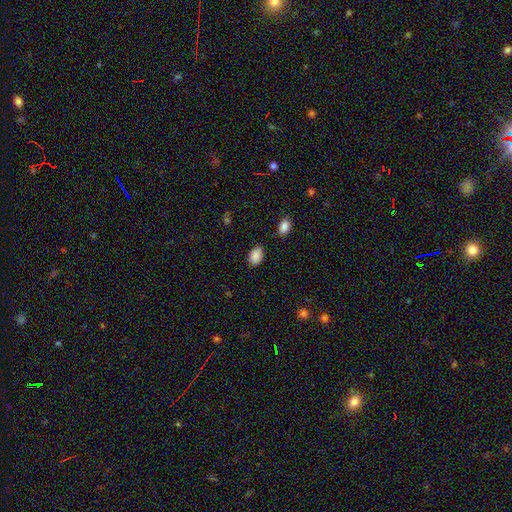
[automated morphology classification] Smooth or featured?
  - smooth: 88% *
  - star or artifact: 8%
  - featured or disk: 3%
How rounded?
  - in between: 80% *
  - round: 19%
  - cigar-shaped: 1%
Merging?
  - none: 81% *
  - minor disturbance: 13%
  - major disturbance: 3%
  - merger: 3%